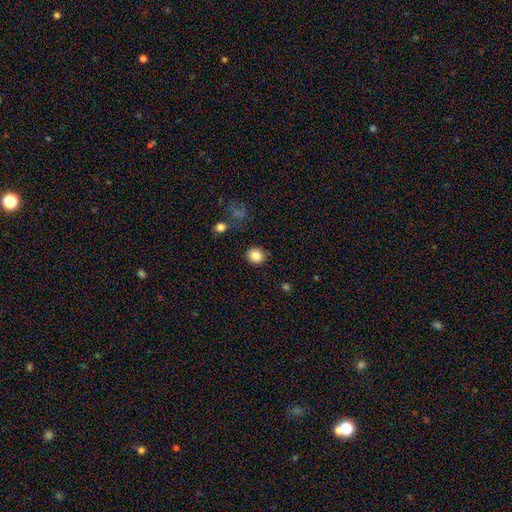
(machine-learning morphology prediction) Smooth or featured? smooth (85%)
How rounded? round (80%)
Merging? none (87%)